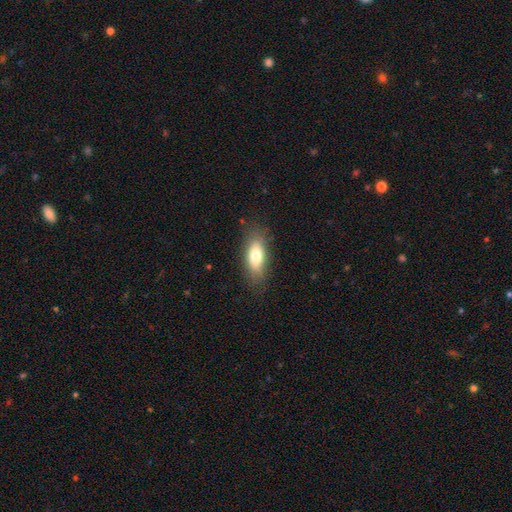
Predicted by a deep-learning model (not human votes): Smooth or featured? Predicted: smooth (p=0.73). How rounded? Predicted: in between (p=0.77). Merging? Predicted: none (p=0.79).